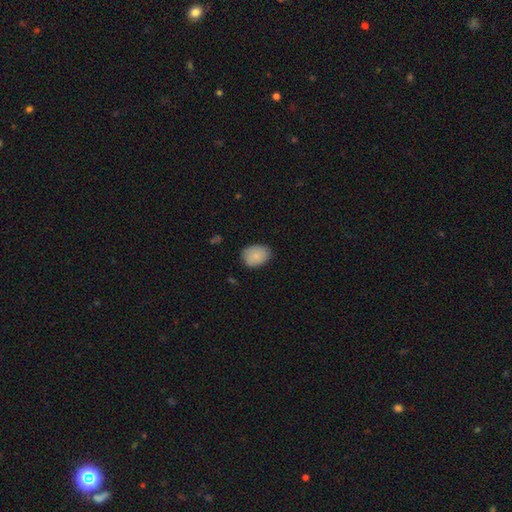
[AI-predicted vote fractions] smooth_or_featured: smooth (p=0.86) [alt: star or artifact p=0.07]
how_rounded: in between (p=0.66) [alt: round p=0.33]
merging: none (p=0.75) [alt: minor disturbance p=0.21]